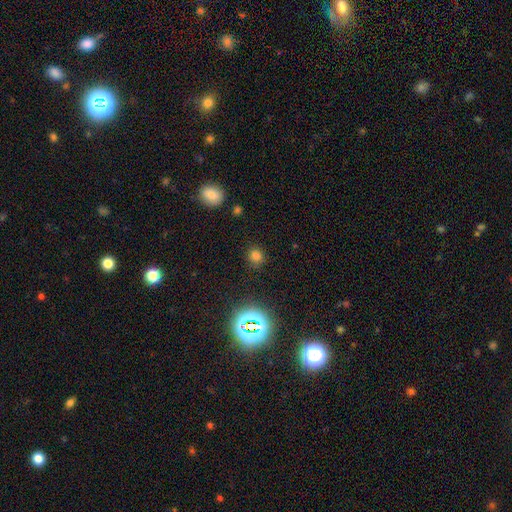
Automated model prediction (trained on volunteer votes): A smooth galaxy with no disk features (72%) that is round (82%). Merging: none (85%).